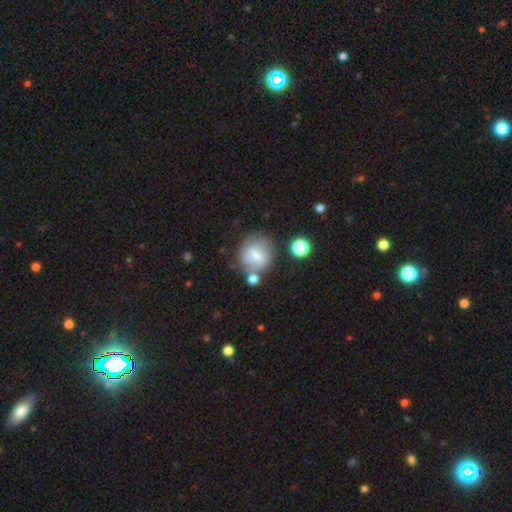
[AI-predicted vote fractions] Overall: smooth (49%; featured or disk 41%). Merging: none (58%; minor disturbance 19%).